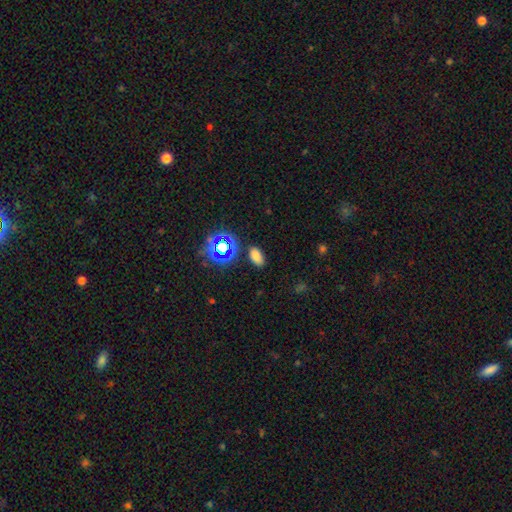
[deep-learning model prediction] Smooth or featured: smooth — 71% (star or artifact — 23%)
How rounded: in between — 90% (round — 7%)
Merging: none — 82% (minor disturbance — 11%)